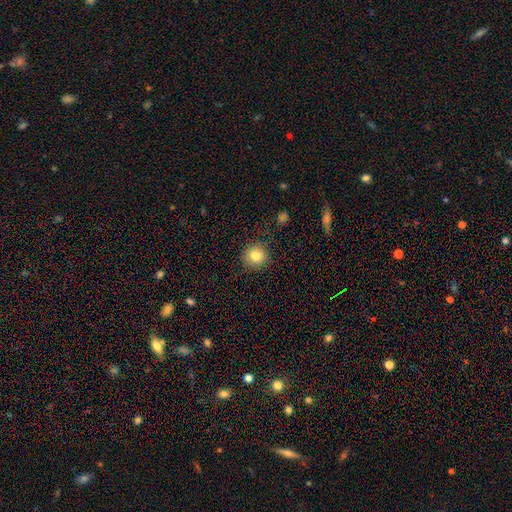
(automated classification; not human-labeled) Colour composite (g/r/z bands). It shows a smooth galaxy with no disk features (82%) that is round (91%). Merging: none (88%).